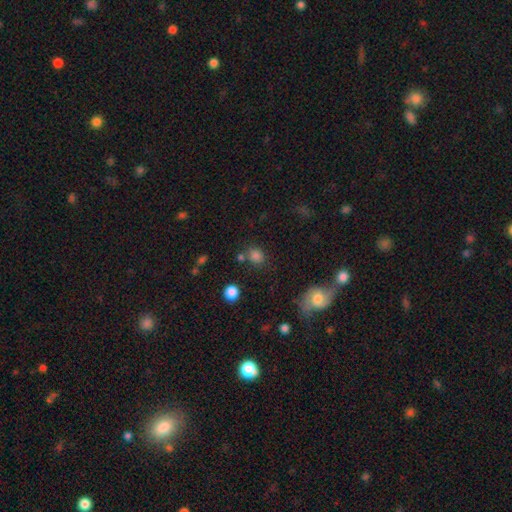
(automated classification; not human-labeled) A smooth galaxy with no disk features (79%) that is round (68%). Merging: none (73%).